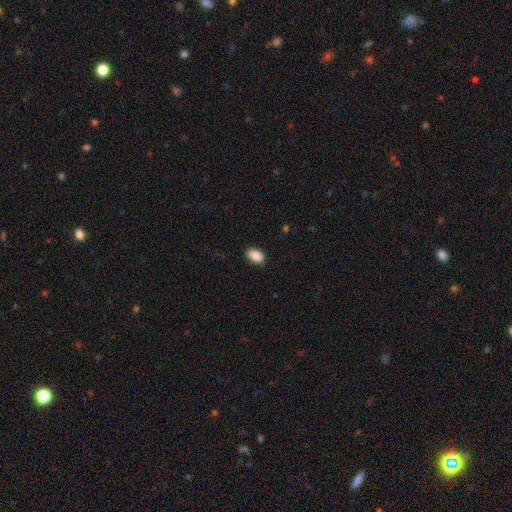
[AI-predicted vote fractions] This appears to be a smooth galaxy with no disk features (89%) that is in between round and cigar-shaped (89%). Merging: none (85%).